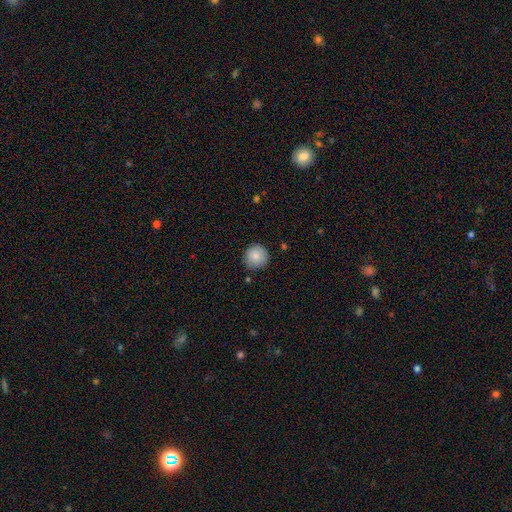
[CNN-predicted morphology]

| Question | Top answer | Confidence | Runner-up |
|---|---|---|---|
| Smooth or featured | smooth | 85% | star or artifact (8%) |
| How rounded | round | 95% | in between (4%) |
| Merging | none | 85% | minor disturbance (11%) |